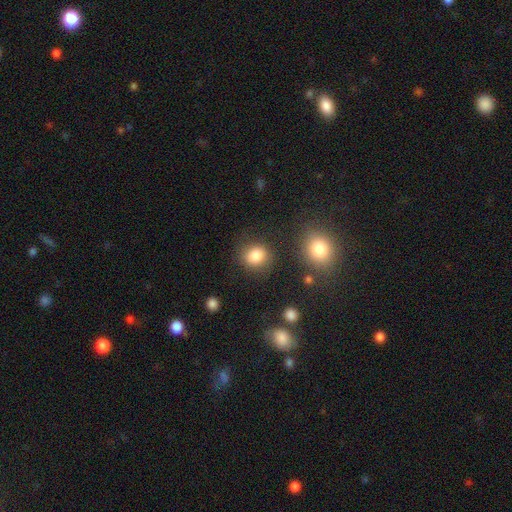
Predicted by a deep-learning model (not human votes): smooth-or-featured: smooth: 84% | star or artifact: 10% | featured or disk: 6%
  how-rounded: round: 73% | in between: 26% | cigar-shaped: 1%
  merging: none: 78% | minor disturbance: 13% | major disturbance: 5% | merger: 4%